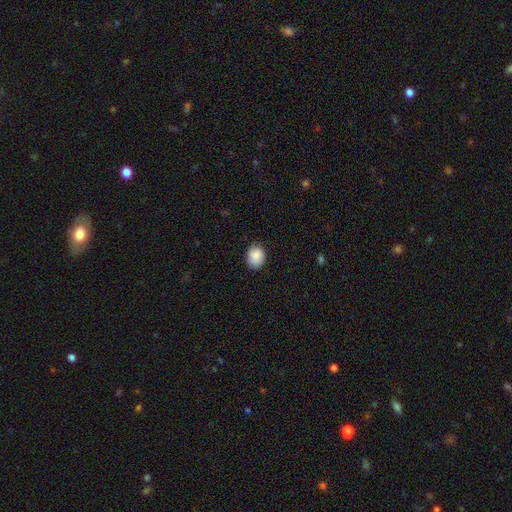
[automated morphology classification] smooth-or-featured: smooth: 87% | star or artifact: 7% | featured or disk: 5%
  how-rounded: in between: 53% | round: 46% | cigar-shaped: 1%
  merging: none: 78% | minor disturbance: 18% | major disturbance: 3% | merger: 1%